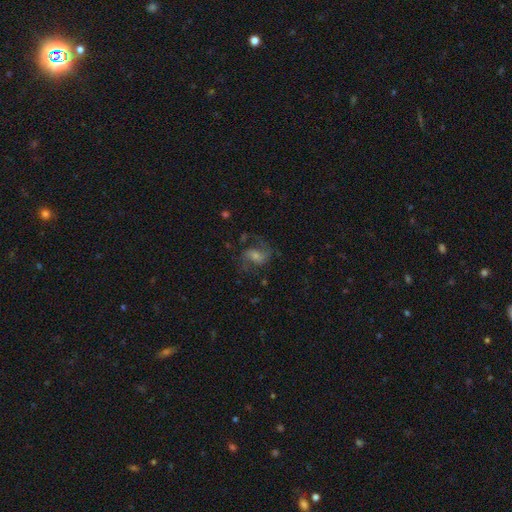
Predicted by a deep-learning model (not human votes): smooth-or-featured: featured or disk: 66% | smooth: 20% | star or artifact: 14%
  disk-edge-on: no: 97% | yes: 3%
    bar: weak: 45% | no: 37% | strong: 18%
    has-spiral-arms: yes: 91% | no: 9%
      spiral-winding: medium: 49% | loose: 38% | tight: 13%
      spiral-arm-count: 2: 82% | can't tell: 7% | 1: 6% | 3: 2% | 4: 1% | more than 4: 1%
    bulge-size: small: 42% | moderate: 40% | none: 9% | large: 8% | dominant: 2%
  merging: none: 65% | minor disturbance: 17% | major disturbance: 17% | merger: 2%